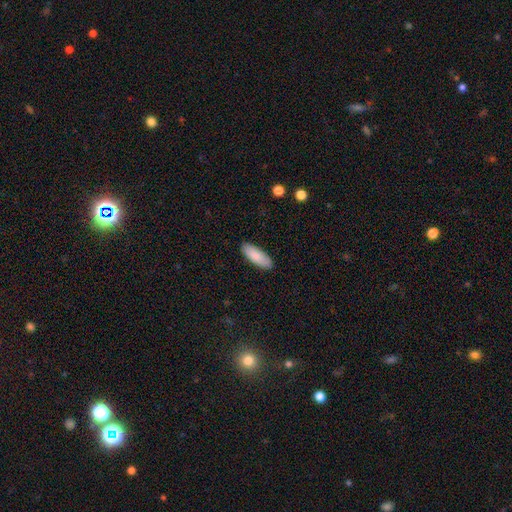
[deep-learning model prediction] smooth-or-featured: smooth: 87% | featured or disk: 7% | star or artifact: 5%
  how-rounded: in between: 71% | cigar-shaped: 28% | round: 2%
  merging: none: 89% | minor disturbance: 9% | major disturbance: 2% | merger: 1%